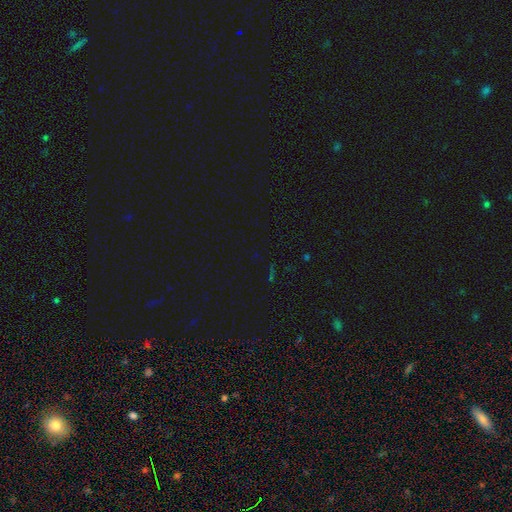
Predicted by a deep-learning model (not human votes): A star or artifact, not a galaxy (72%).